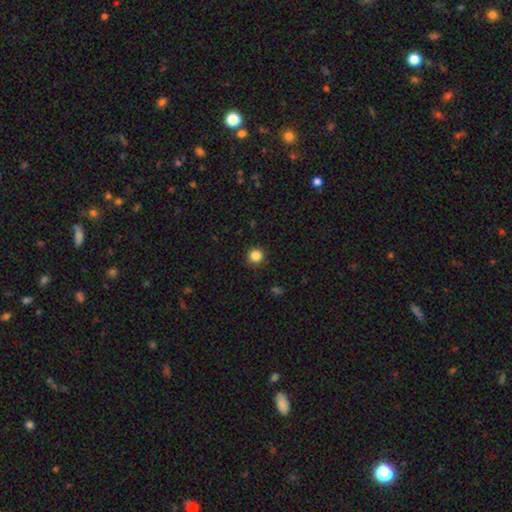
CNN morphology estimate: Smooth or featured?
  - smooth: 85% *
  - star or artifact: 11%
  - featured or disk: 4%
How rounded?
  - round: 93% *
  - in between: 6%
  - cigar-shaped: 1%
Merging?
  - none: 90% *
  - minor disturbance: 7%
  - major disturbance: 2%
  - merger: 1%